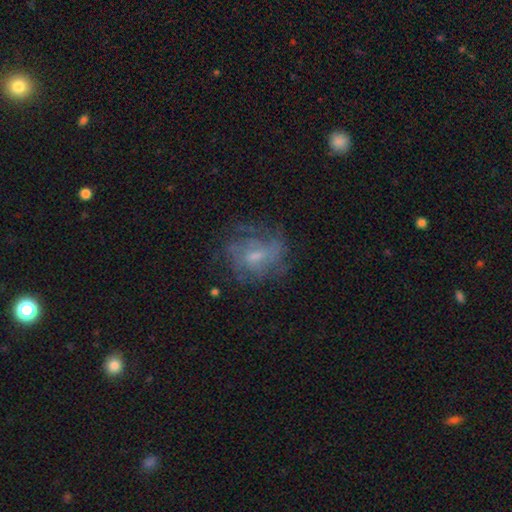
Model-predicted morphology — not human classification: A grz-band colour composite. It shows a featured or disk galaxy (61%) with no bar (49%), spiral arms (68%) and a small central bulge (51%). Merging: none (61%).